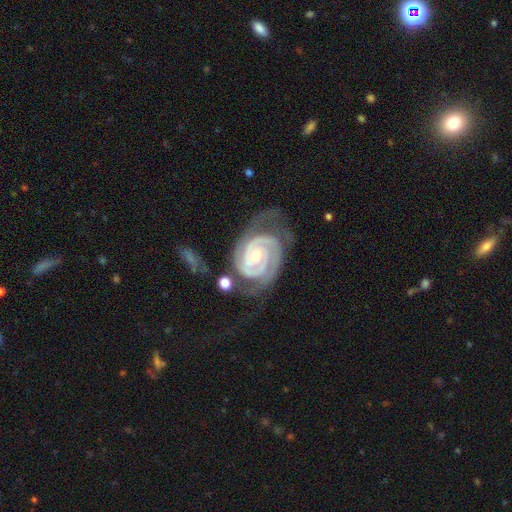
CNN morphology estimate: A featured or disk galaxy (93%) with no bar (61%), 2 (72%) tight (78%) spiral arms (98%) and a small central bulge (56%). Merging: none (56%).